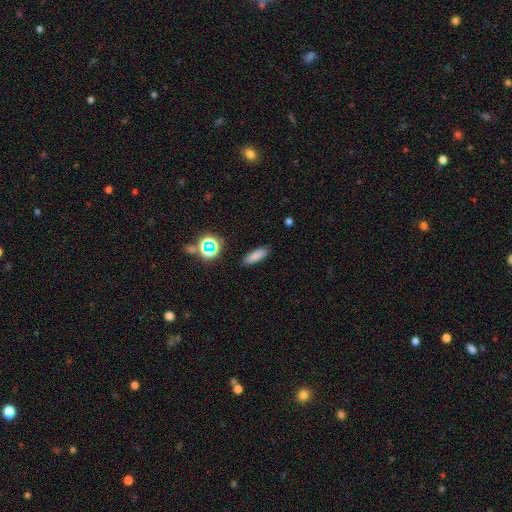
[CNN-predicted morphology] smooth-or-featured: smooth: 79% | star or artifact: 13% | featured or disk: 8%
  how-rounded: in between: 62% | cigar-shaped: 33% | round: 5%
  merging: none: 86% | minor disturbance: 9% | major disturbance: 3% | merger: 2%